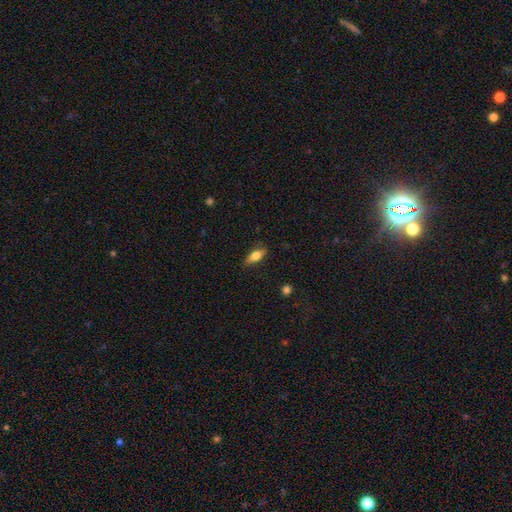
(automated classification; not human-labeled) smooth_or_featured: smooth (p=0.72) [alt: featured or disk p=0.21]
how_rounded: in between (p=0.75) [alt: cigar-shaped p=0.21]
merging: none (p=0.79) [alt: minor disturbance p=0.16]